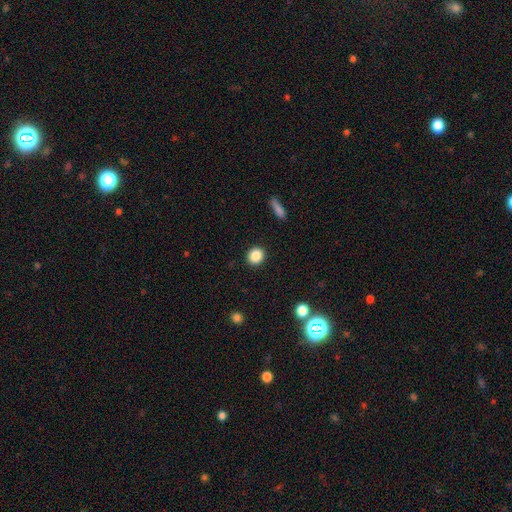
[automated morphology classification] smooth_or_featured: smooth (p=0.86) [alt: star or artifact p=0.10]
how_rounded: round (p=0.83) [alt: in between p=0.16]
merging: none (p=0.91) [alt: minor disturbance p=0.06]